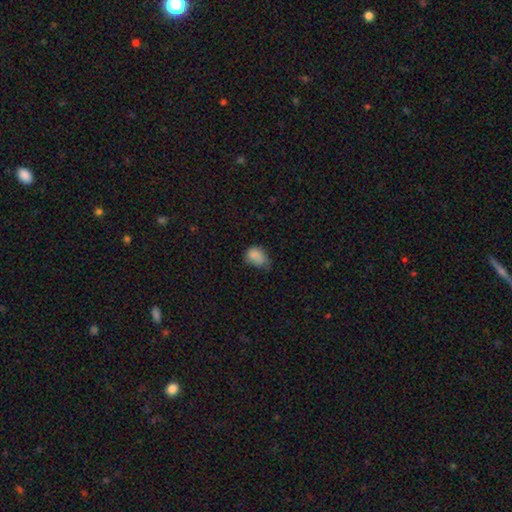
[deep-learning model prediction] Smooth or featured?
  - smooth: 82% *
  - star or artifact: 10%
  - featured or disk: 8%
How rounded?
  - in between: 71% *
  - round: 28%
  - cigar-shaped: 1%
Merging?
  - minor disturbance: 45% *
  - none: 35%
  - major disturbance: 17%
  - merger: 3%